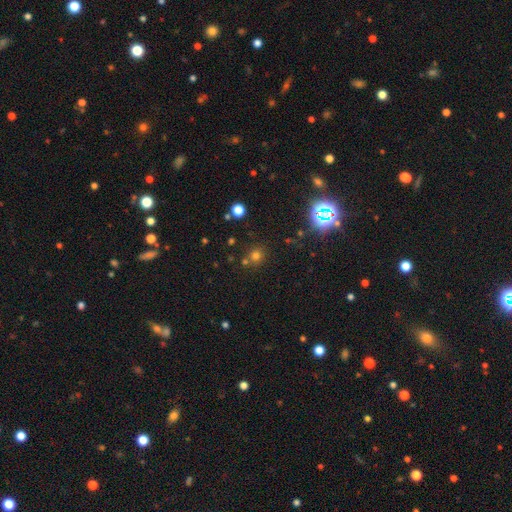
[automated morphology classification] This is likely a smooth galaxy (66%). How rounded: clearly round (88%). Merging: likely none (73%).